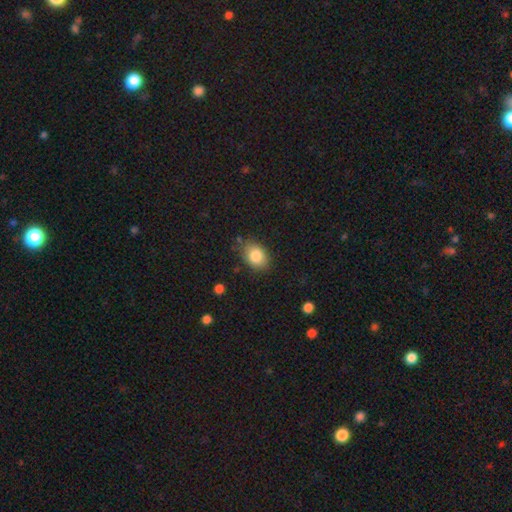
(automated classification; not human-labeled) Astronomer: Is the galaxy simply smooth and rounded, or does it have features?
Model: smooth — 83%.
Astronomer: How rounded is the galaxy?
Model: in between — 76%.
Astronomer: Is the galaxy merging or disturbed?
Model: none — 79%.